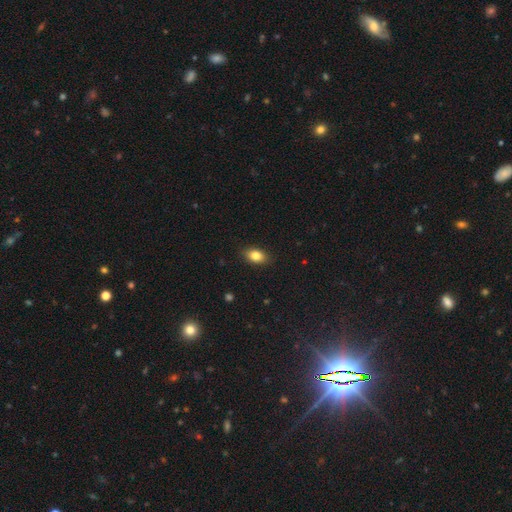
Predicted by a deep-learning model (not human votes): Smooth or featured? Predicted: smooth (p=0.84). How rounded? Predicted: in between (p=0.85). Merging? Predicted: none (p=0.87).